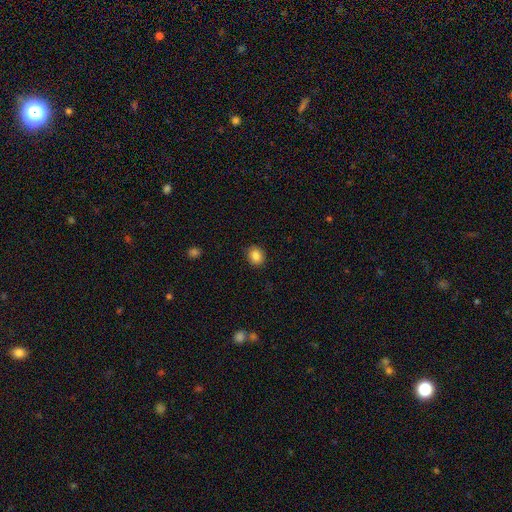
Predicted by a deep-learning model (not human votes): This appears to be a smooth galaxy with no disk features (86%) that is round (66%). Merging: none (90%).